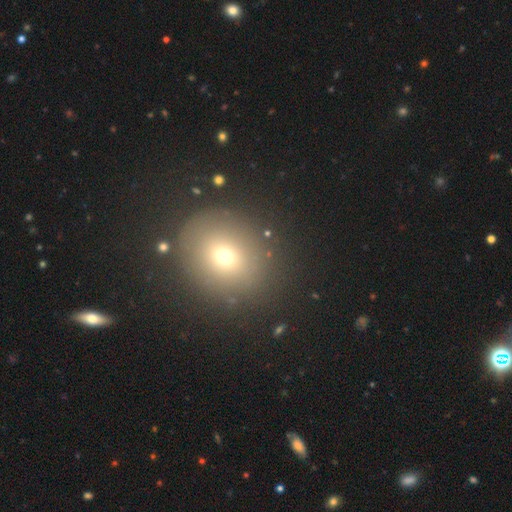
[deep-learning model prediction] The model was most divided on "smooth or featured": smooth: 62%, star or artifact: 26%, featured or disk: 12%. More confident: merging — none (88%); how rounded — round (77%).